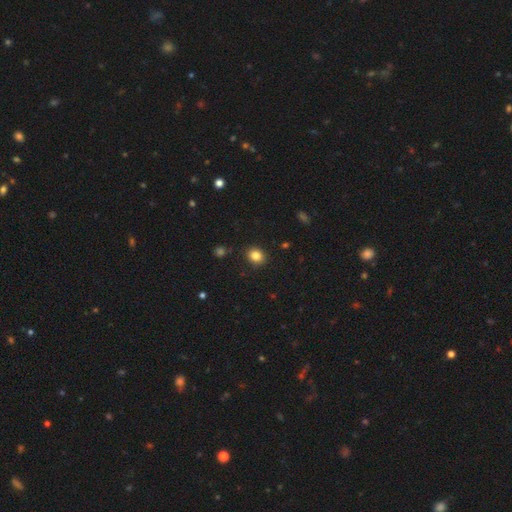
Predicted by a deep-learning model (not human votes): A smooth galaxy with no disk features (84%) that is round (57%). Merging: none (89%).